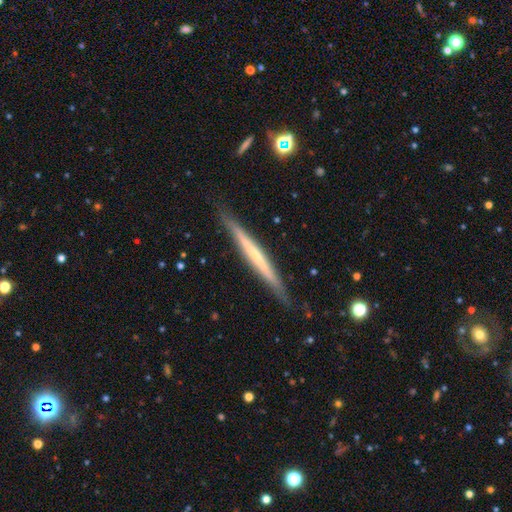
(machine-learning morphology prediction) Smooth or featured?
  - featured or disk: 61% *
  - smooth: 34%
  - star or artifact: 6%
Edge-on disk?
  - yes: 97% *
  - no: 3%
Edge-on bulge?
  - none: 80% *
  - rounded: 13%
  - boxy: 8%
Merging?
  - none: 88% *
  - minor disturbance: 9%
  - major disturbance: 2%
  - merger: 1%